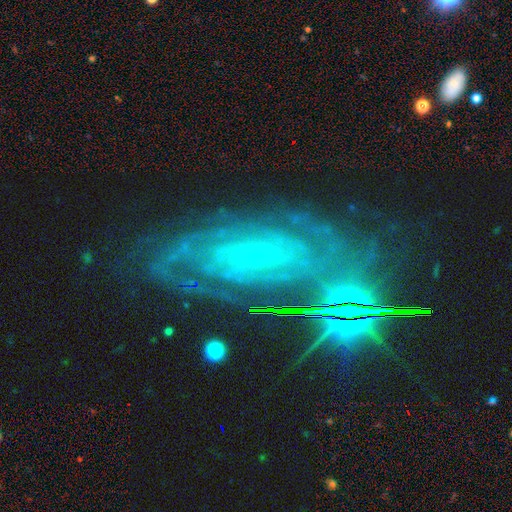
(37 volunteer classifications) Q: Smooth or featured?
A: featured or disk (84%); runner-up: smooth (8%)
Q: Edge-on disk?
A: no (87%); runner-up: yes (13%)
Q: Bar?
A: no (81%); runner-up: weak (11%)
Q: Spiral arms?
A: yes (96%); runner-up: no (4%)
Q: Spiral winding?
A: tight (88%); runner-up: medium (12%)
Q: Spiral arm count?
A: 2 (31%); runner-up: 3 (27%)
Q: Bulge size?
A: small (89%); runner-up: moderate (11%)
Q: Merging?
A: none (79%); runner-up: minor disturbance (12%)